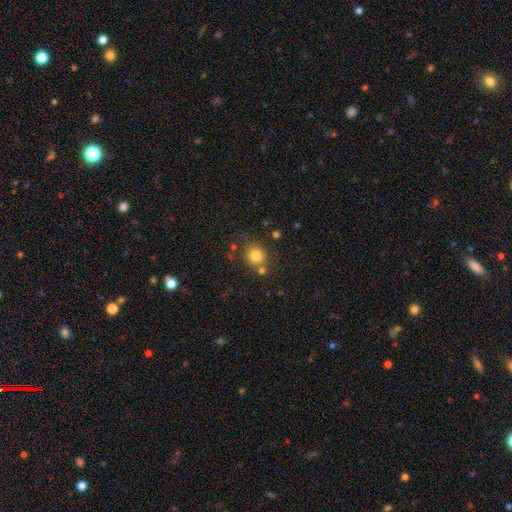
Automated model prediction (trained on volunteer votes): The model was most divided on "merging": none: 75%, merger: 12%, minor disturbance: 10%, major disturbance: 3%. More confident: how rounded — round (88%); smooth or featured — smooth (81%).